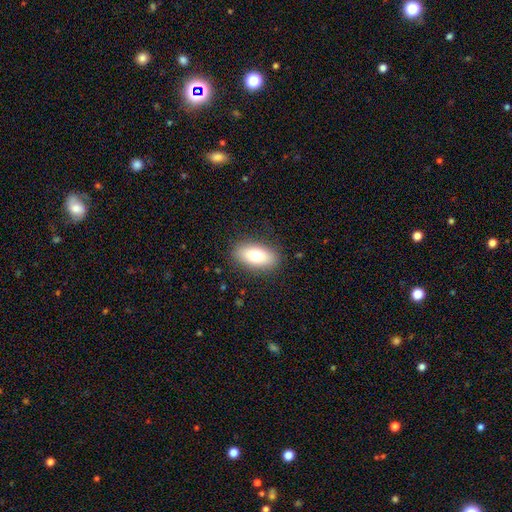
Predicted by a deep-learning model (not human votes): smooth-or-featured: smooth: 76% | featured or disk: 16% | star or artifact: 8%
  how-rounded: in between: 89% | cigar-shaped: 7% | round: 5%
  merging: none: 87% | minor disturbance: 9% | major disturbance: 3% | merger: 1%